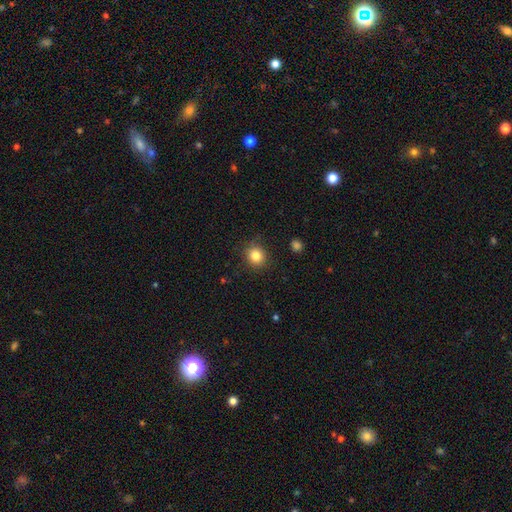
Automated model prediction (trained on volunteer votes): Q: Smooth or featured?
A: smooth (83%); runner-up: star or artifact (11%)
Q: How rounded?
A: round (84%); runner-up: in between (15%)
Q: Merging?
A: none (86%); runner-up: minor disturbance (10%)